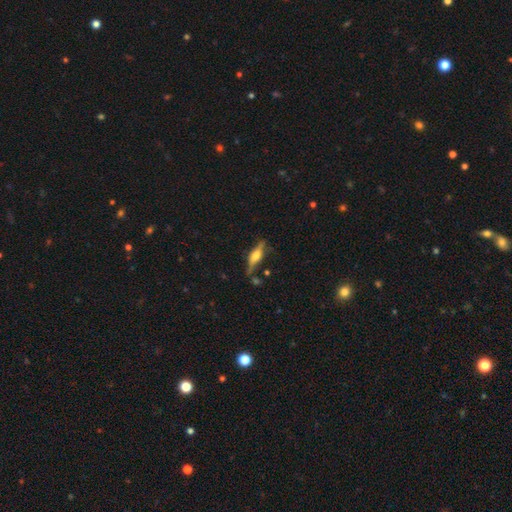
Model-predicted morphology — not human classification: This is likely a featured or disk galaxy (66%). It is clearly viewed edge-on (94%). Edge-on bulge: clearly rounded (87%). Merging: likely none (73%).